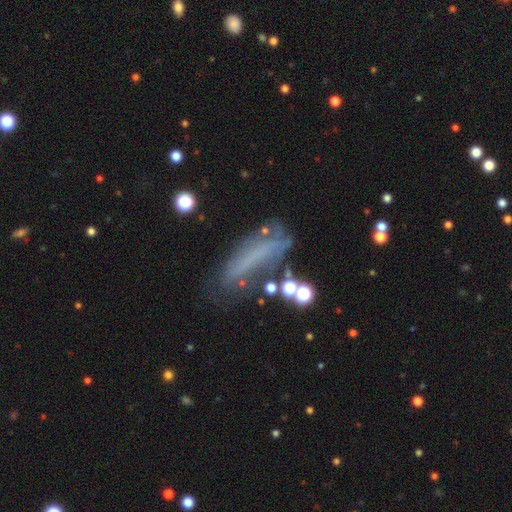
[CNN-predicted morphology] Smooth or featured: featured or disk — 42% (smooth — 39%)
Merging: none — 51% (minor disturbance — 24%)